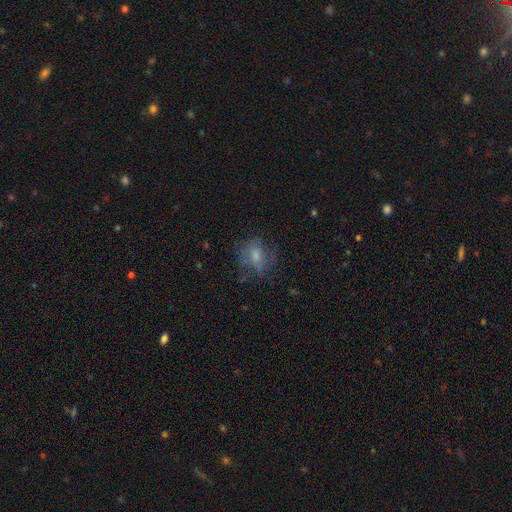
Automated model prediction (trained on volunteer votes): Smooth or featured? smooth (59%)
How rounded? in between (57%)
Merging? none (55%)